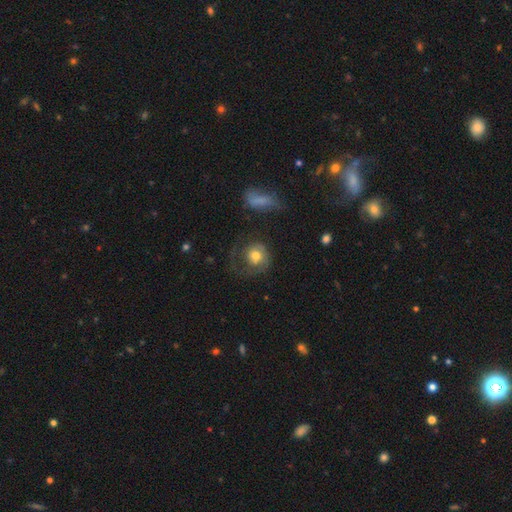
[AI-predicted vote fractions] Morphology: type=smooth (53%); roundness=round (77%); merging=major disturbance (38%).